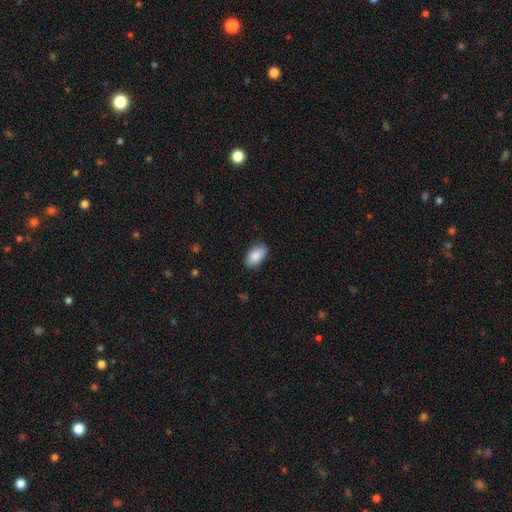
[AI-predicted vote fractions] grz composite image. It shows a smooth galaxy with no disk features (89%) that is in between round and cigar-shaped (94%). Merging: none (86%).